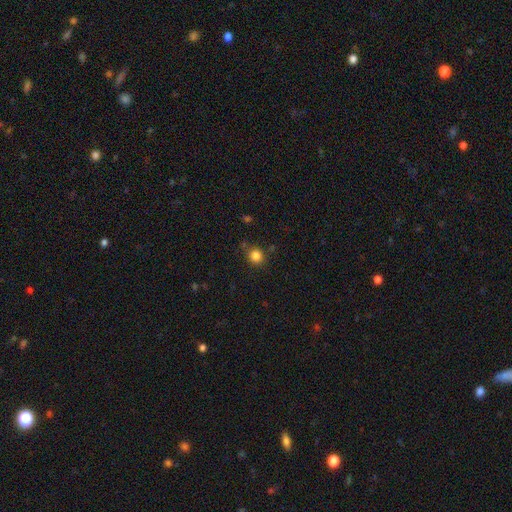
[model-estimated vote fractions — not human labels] A smooth galaxy with no disk features (83%) that is round (85%). Merging: none (82%).